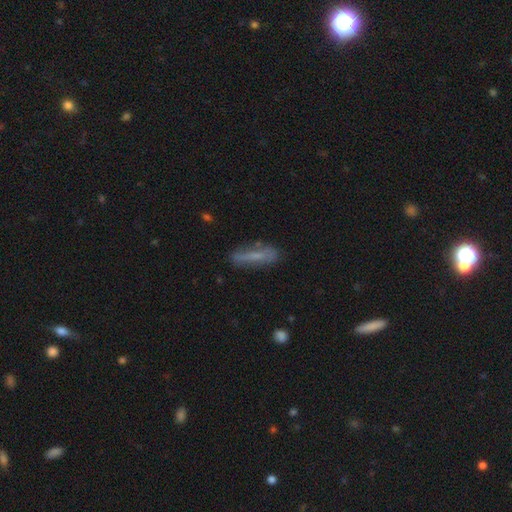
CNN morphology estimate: Smooth or featured?
  - smooth: 56% *
  - featured or disk: 35%
  - star or artifact: 9%
How rounded?
  - cigar-shaped: 73% *
  - in between: 24%
  - round: 2%
Merging?
  - none: 71% *
  - minor disturbance: 19%
  - major disturbance: 6%
  - merger: 3%